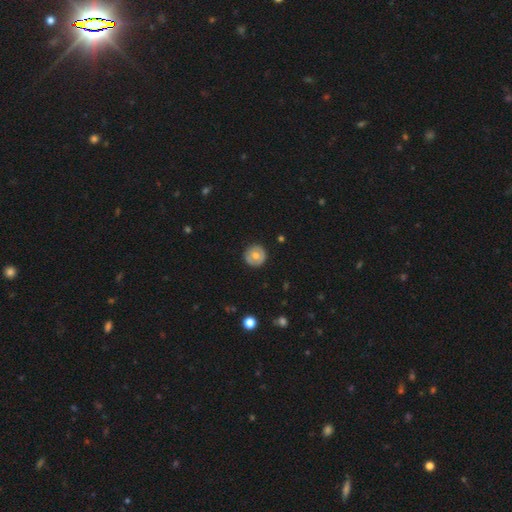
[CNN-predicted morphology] The model was most divided on "smooth or featured": smooth: 60%, featured or disk: 33%, star or artifact: 7%. More confident: how rounded — round (94%); merging — none (89%).